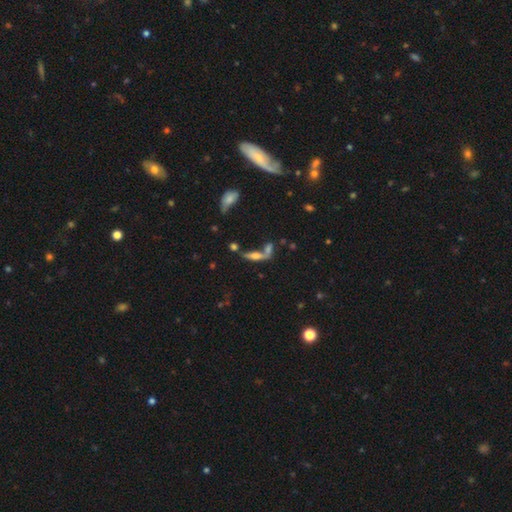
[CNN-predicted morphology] smooth-or-featured: featured or disk: 46% | smooth: 41% | star or artifact: 12%
  merging: none: 42% | merger: 36% | minor disturbance: 13% | major disturbance: 9%